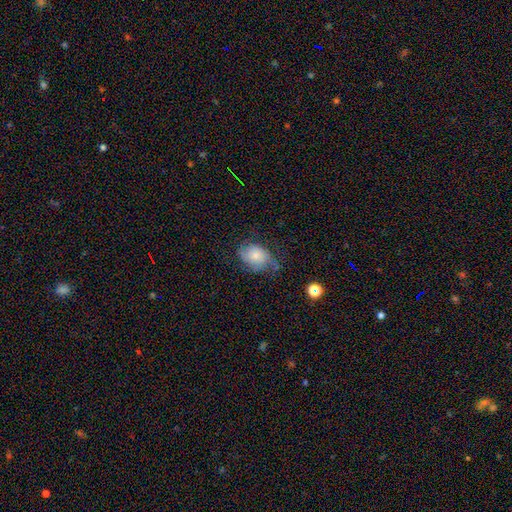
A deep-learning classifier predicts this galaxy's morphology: Smooth or featured? smooth (57%)
How rounded? in between (62%)
Merging? none (44%)